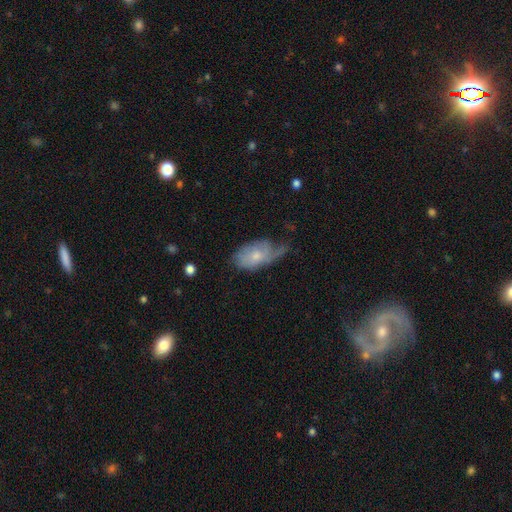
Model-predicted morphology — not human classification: The model was most divided on "merging": minor disturbance: 41%, none: 30%, major disturbance: 27%, merger: 2%. More confident: how rounded — in between (92%); smooth or featured — smooth (55%).